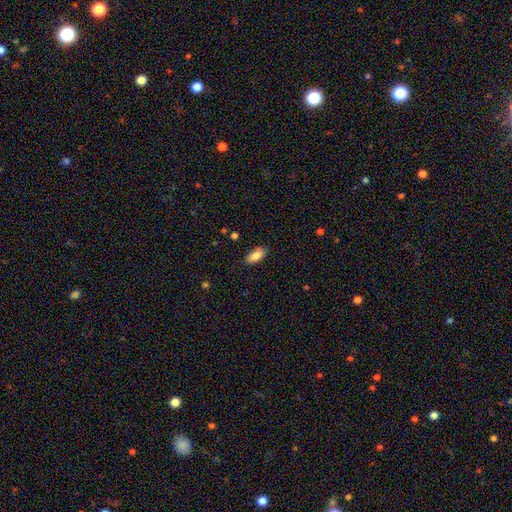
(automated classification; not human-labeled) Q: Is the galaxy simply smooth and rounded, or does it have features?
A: smooth — 84%.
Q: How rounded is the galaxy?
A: in between — 88%.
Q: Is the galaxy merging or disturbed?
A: none — 84%.